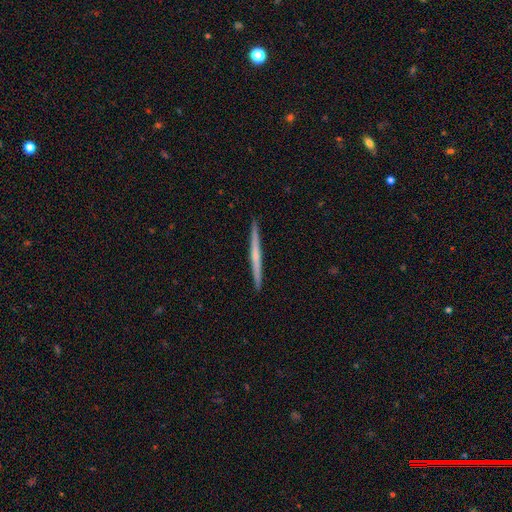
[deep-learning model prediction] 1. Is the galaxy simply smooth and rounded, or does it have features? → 58% featured or disk, 37% smooth, 5% star or artifact.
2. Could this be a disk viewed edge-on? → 98% yes, 2% no.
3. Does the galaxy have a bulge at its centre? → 66% none, 28% rounded, 6% boxy.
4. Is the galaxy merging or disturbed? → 93% none, 5% minor disturbance, 1% major disturbance, 1% merger.